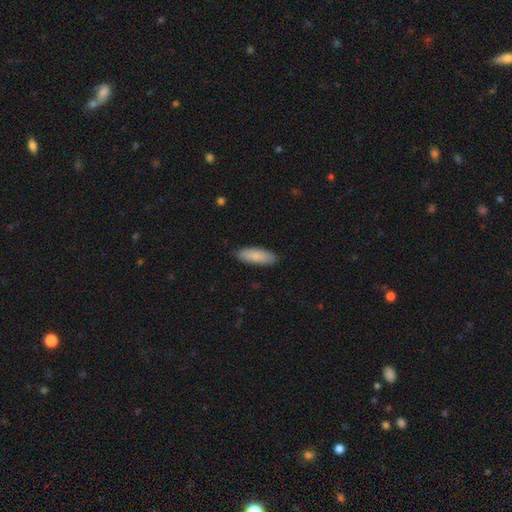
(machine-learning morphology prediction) Smooth or featured?
  - smooth: 85% *
  - featured or disk: 9%
  - star or artifact: 5%
How rounded?
  - in between: 64% *
  - cigar-shaped: 35%
  - round: 2%
Merging?
  - none: 87% *
  - minor disturbance: 11%
  - major disturbance: 2%
  - merger: 1%